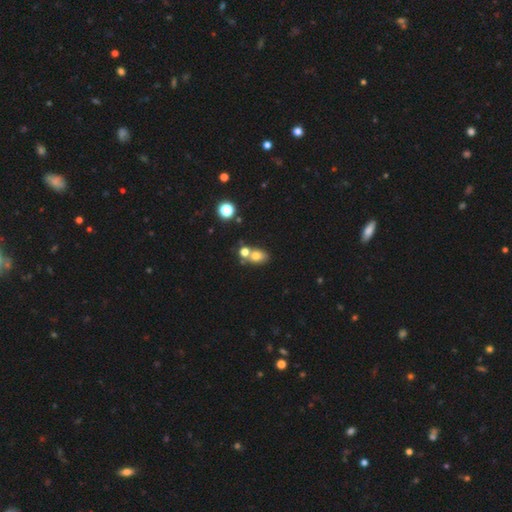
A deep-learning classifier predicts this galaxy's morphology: smooth_or_featured: smooth (p=0.72) [alt: star or artifact p=0.14]
how_rounded: in between (p=0.59) [alt: round p=0.39]
merging: merger (p=0.45) [alt: none p=0.41]